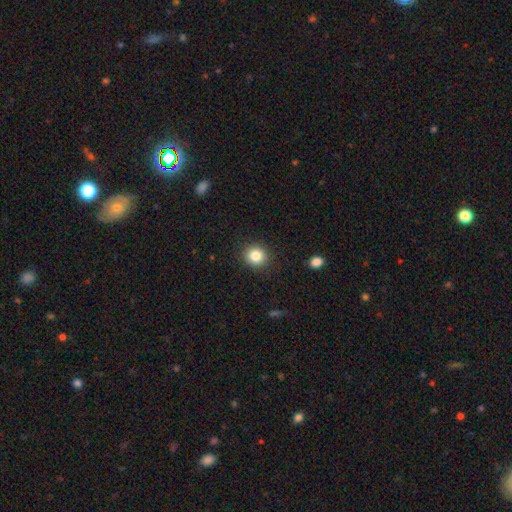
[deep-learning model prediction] smooth 84%, star or artifact 10%, featured or disk 6%. Down the decision tree: how rounded — round (88%); merging — none (90%).